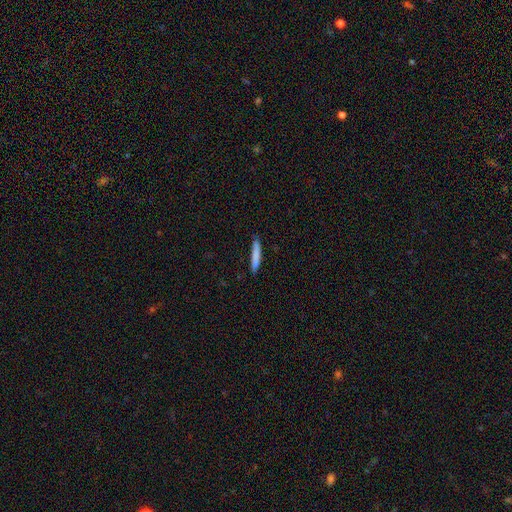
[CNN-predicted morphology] type=smooth (81%); roundness=cigar-shaped (92%); merging=none (84%).